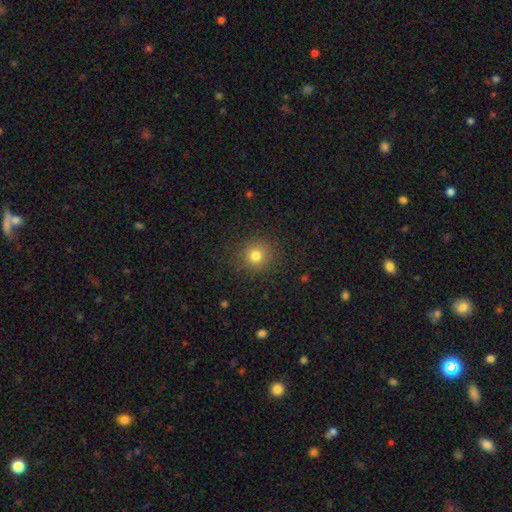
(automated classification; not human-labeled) Smooth or featured?
  - smooth: 78% *
  - star or artifact: 15%
  - featured or disk: 7%
How rounded?
  - round: 90% *
  - in between: 9%
  - cigar-shaped: 1%
Merging?
  - none: 88% *
  - minor disturbance: 8%
  - major disturbance: 3%
  - merger: 1%